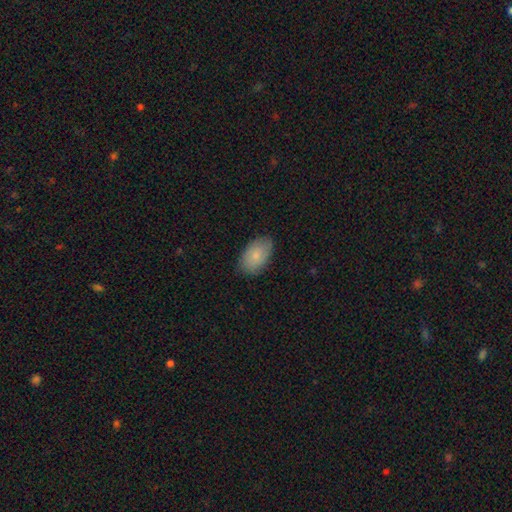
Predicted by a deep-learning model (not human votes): smooth_or_featured: smooth (p=0.83) [alt: featured or disk p=0.11]
how_rounded: in between (p=0.94) [alt: round p=0.05]
merging: none (p=0.83) [alt: minor disturbance p=0.14]